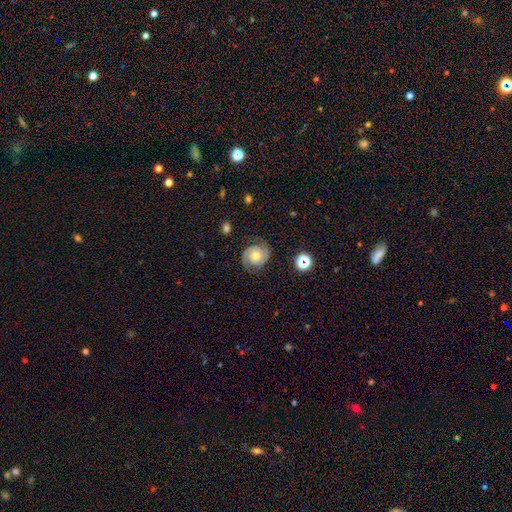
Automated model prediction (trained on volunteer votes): Smooth or featured: featured or disk — 76% (smooth — 16%)
Edge-on disk: no — 98% (yes — 2%)
Bar: no — 75% (weak — 20%)
Spiral arms: yes — 95% (no — 5%)
Spiral winding: tight — 50% (medium — 40%)
Spiral arm count: 2 — 89% (can't tell — 5%)
Bulge size: moderate — 62% (small — 30%)
Merging: none — 79% (minor disturbance — 14%)